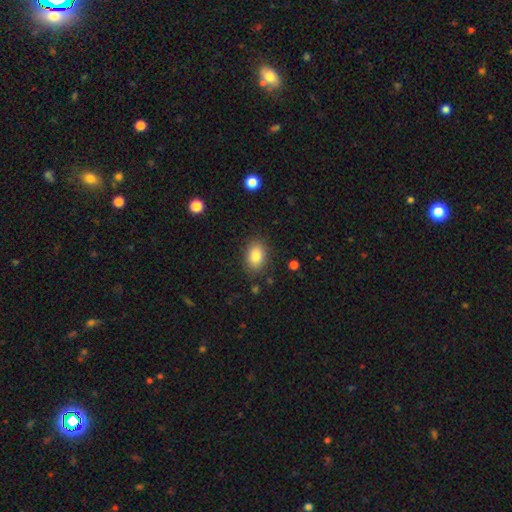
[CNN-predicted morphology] The model was most divided on "how rounded": in between: 81%, round: 17%, cigar-shaped: 1%. More confident: merging — none (85%); smooth or featured — smooth (83%).